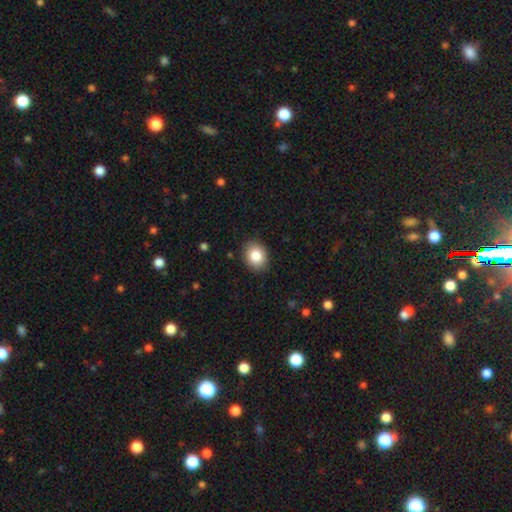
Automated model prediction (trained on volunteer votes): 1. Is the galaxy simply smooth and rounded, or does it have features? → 85% smooth, 8% star or artifact, 7% featured or disk.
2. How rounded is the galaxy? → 52% in between, 48% round, 1% cigar-shaped.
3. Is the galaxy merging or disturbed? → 88% none, 8% minor disturbance, 2% major disturbance, 1% merger.